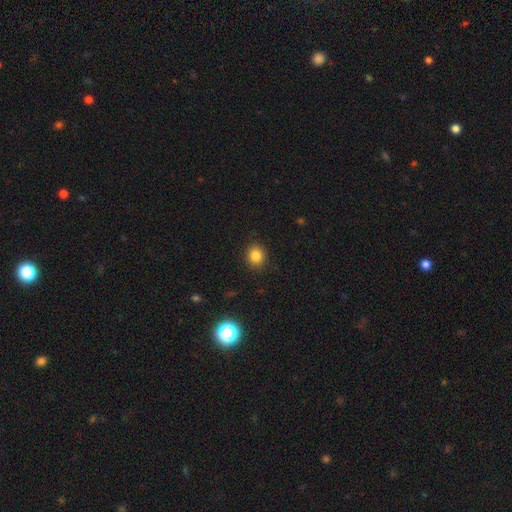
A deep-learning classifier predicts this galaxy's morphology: Smooth or featured? smooth (83%)
How rounded? round (72%)
Merging? none (90%)